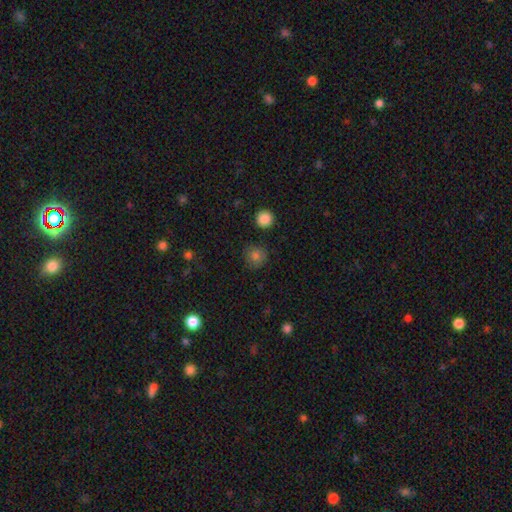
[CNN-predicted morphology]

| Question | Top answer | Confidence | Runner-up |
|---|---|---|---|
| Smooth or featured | smooth | 80% | star or artifact (14%) |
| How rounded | round | 92% | in between (7%) |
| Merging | none | 85% | minor disturbance (9%) |